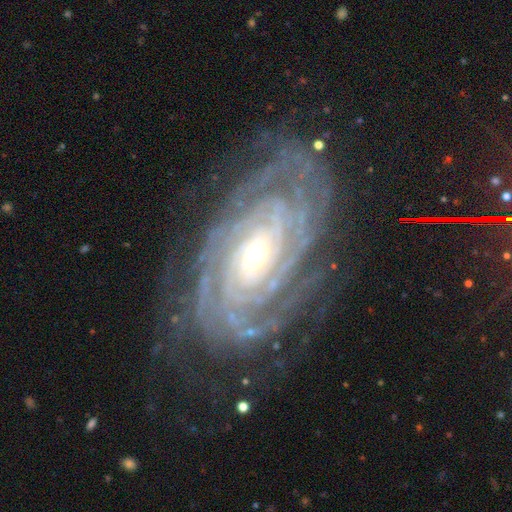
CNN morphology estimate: Q: Smooth or featured?
A: featured or disk (91%); runner-up: star or artifact (5%)
Q: Edge-on disk?
A: no (96%); runner-up: yes (4%)
Q: Bar?
A: no (47%); runner-up: weak (31%)
Q: Spiral arms?
A: yes (98%); runner-up: no (2%)
Q: Spiral winding?
A: tight (86%); runner-up: medium (12%)
Q: Spiral arm count?
A: can't tell (24%); runner-up: 4 (19%)
Q: Bulge size?
A: small (50%); runner-up: moderate (45%)
Q: Merging?
A: none (79%); runner-up: minor disturbance (14%)